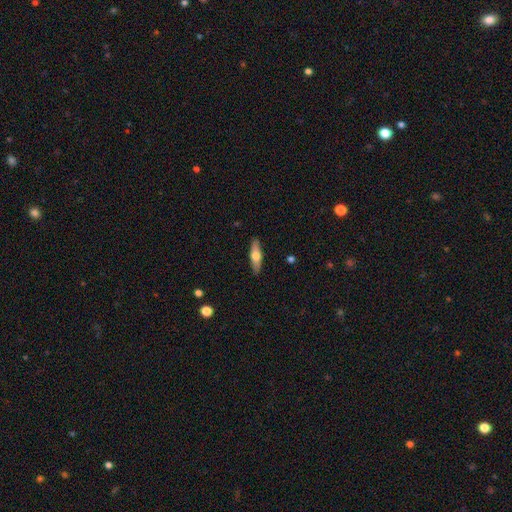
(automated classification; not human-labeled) The model was most divided on "smooth or featured": smooth: 55%, featured or disk: 39%, star or artifact: 6%. More confident: merging — none (89%); how rounded — cigar-shaped (61%).